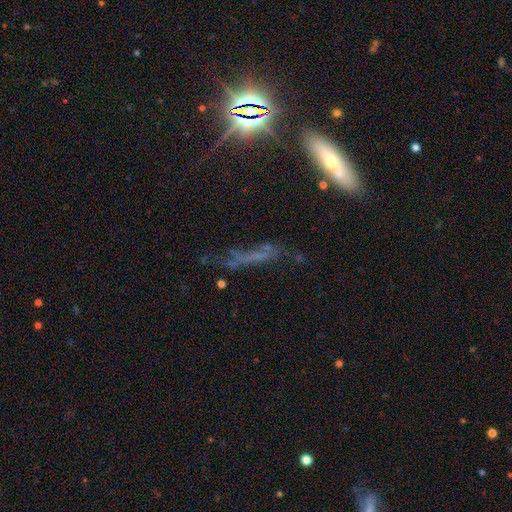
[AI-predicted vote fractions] Smooth or featured? featured or disk (40%)
Merging? none (50%)